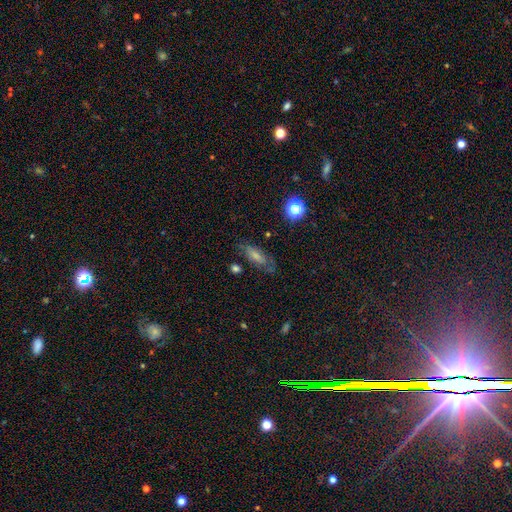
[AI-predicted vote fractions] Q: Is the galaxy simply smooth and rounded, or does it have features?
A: smooth — 58%.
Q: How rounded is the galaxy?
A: in between — 73%.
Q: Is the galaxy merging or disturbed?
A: none — 61%.